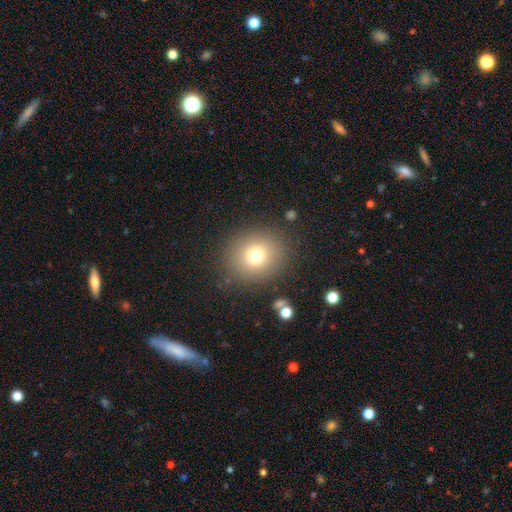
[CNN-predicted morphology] This is likely a smooth galaxy (75%). How rounded: likely round (79%). Merging: clearly none (85%).